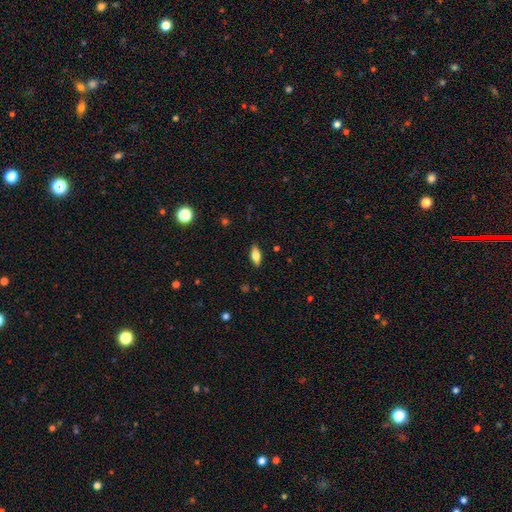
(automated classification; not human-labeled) Smooth or featured?
  - smooth: 67% *
  - featured or disk: 25%
  - star or artifact: 8%
How rounded?
  - in between: 80% *
  - cigar-shaped: 17%
  - round: 3%
Merging?
  - none: 88% *
  - minor disturbance: 9%
  - major disturbance: 2%
  - merger: 1%